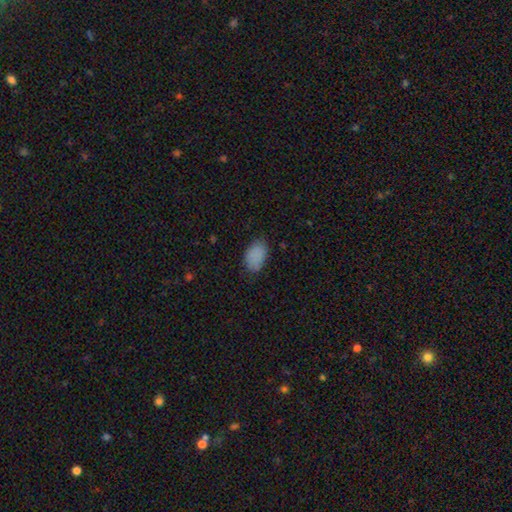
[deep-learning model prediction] Smooth or featured: smooth — 86% (star or artifact — 8%)
How rounded: in between — 91% (round — 8%)
Merging: none — 76% (minor disturbance — 19%)